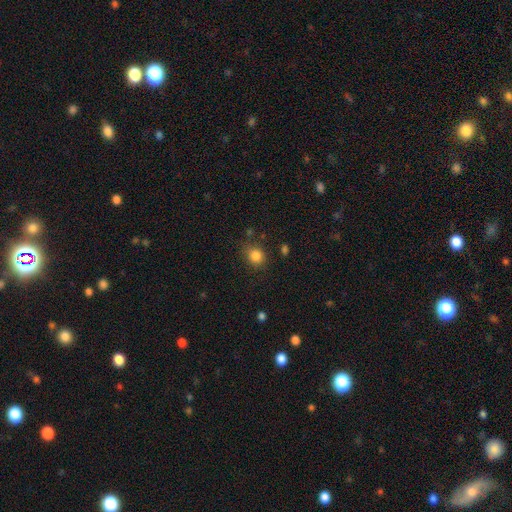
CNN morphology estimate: This is clearly a smooth galaxy (84%). How rounded: likely round (73%). Merging: likely none (79%).